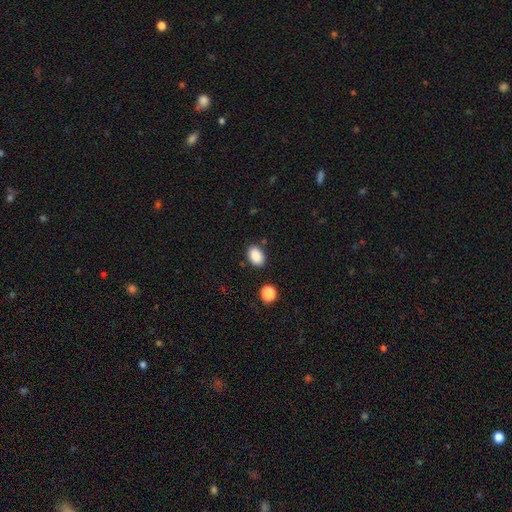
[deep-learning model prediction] Q: Smooth or featured?
A: smooth (88%); runner-up: star or artifact (9%)
Q: How rounded?
A: in between (81%); runner-up: round (17%)
Q: Merging?
A: none (83%); runner-up: minor disturbance (11%)